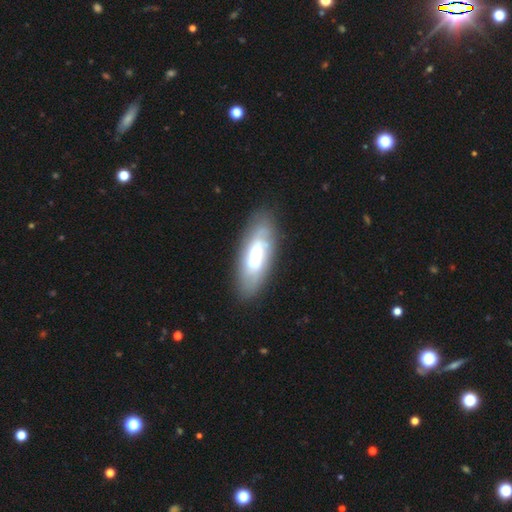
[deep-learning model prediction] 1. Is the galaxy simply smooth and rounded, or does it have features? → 52% featured or disk, 41% smooth, 7% star or artifact.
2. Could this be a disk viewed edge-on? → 83% no, 17% yes.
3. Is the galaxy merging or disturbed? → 74% none, 17% minor disturbance, 6% major disturbance, 3% merger.